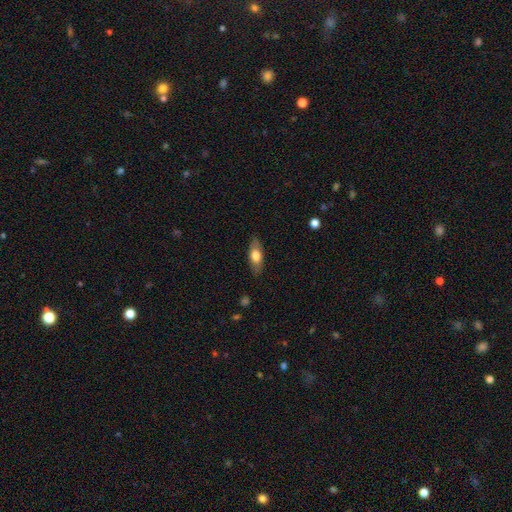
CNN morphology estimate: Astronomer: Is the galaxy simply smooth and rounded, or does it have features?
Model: smooth — 66%.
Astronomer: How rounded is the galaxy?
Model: in between — 70%.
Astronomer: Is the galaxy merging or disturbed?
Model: none — 84%.